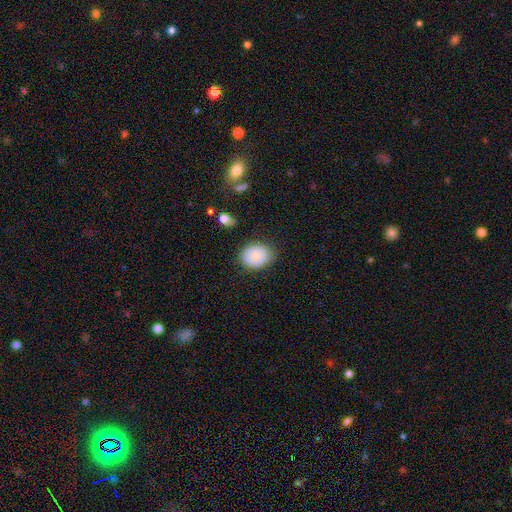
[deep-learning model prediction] Smooth or featured?
  - smooth: 69% *
  - featured or disk: 23%
  - star or artifact: 8%
How rounded?
  - in between: 53% *
  - round: 46%
  - cigar-shaped: 1%
Merging?
  - none: 78% *
  - minor disturbance: 16%
  - major disturbance: 4%
  - merger: 2%